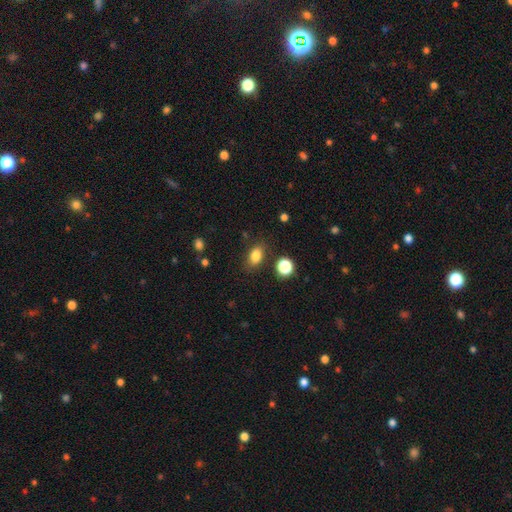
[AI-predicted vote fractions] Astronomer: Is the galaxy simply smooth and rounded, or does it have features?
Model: smooth — 83%.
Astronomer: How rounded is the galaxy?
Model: in between — 81%.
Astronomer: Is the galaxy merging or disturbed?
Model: none — 81%.